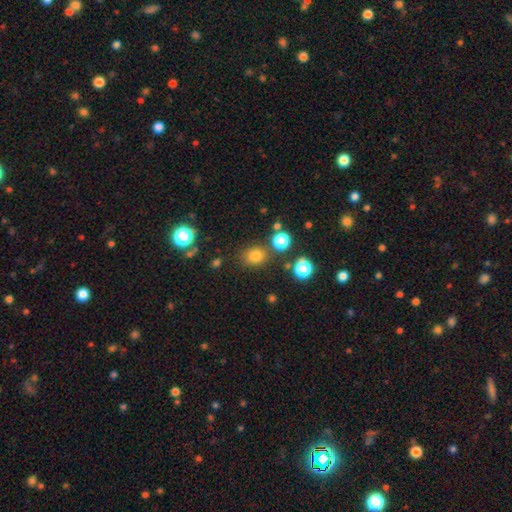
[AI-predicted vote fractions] A smooth galaxy with no disk features (78%) that is round (68%). Merging: none (77%).